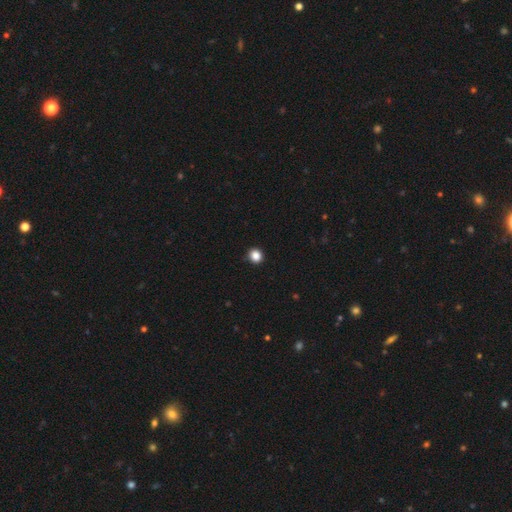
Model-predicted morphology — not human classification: Smooth or featured: smooth — 86% (star or artifact — 11%)
How rounded: round — 85% (in between — 14%)
Merging: none — 91% (minor disturbance — 6%)